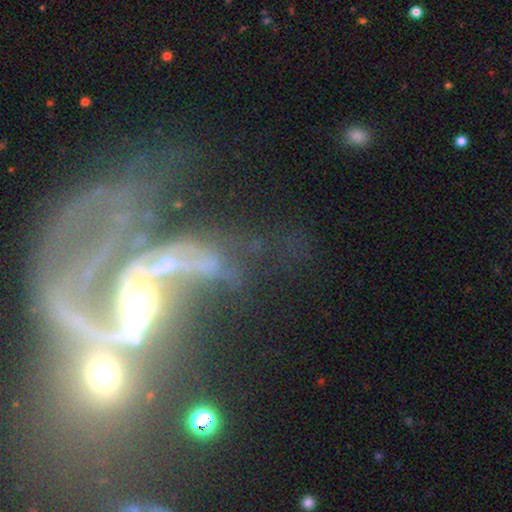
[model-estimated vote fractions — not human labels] Overall: featured or disk (78%). Edge-on disk: no (95%). Bar: no (45%; weak 31%). Spiral arms: yes (83%). Spiral arm count: 2 (58%). Spiral winding: loose (54%; medium 33%). Bulge size: moderate (55%; small 27%). Merging: merger (40%; major disturbance 32%).